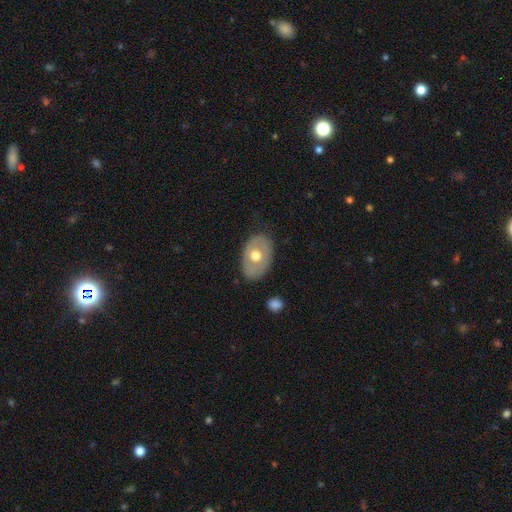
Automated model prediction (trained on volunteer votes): The model was most divided on "smooth or featured": smooth: 52%, featured or disk: 43%, star or artifact: 6%. More confident: how rounded — in between (81%); merging — none (80%).